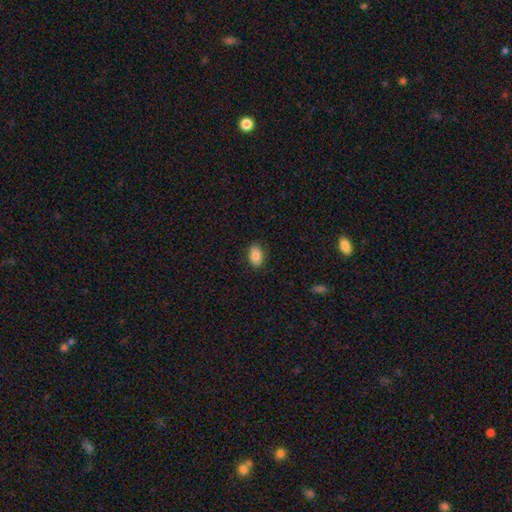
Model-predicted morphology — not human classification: This appears to be a smooth galaxy with no disk features (85%) that is in between round and cigar-shaped (89%). Merging: none (86%).